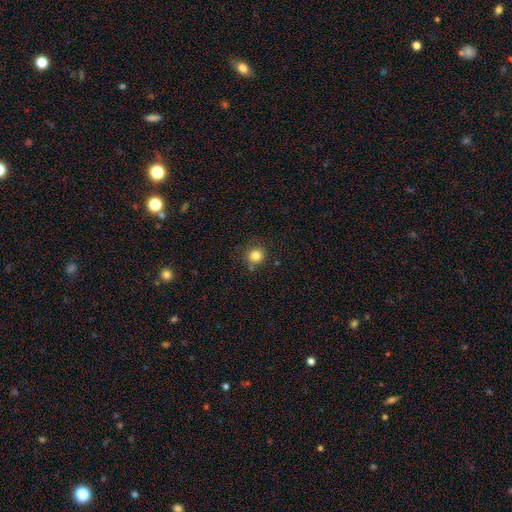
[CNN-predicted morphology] Smooth or featured? smooth (83%)
How rounded? round (93%)
Merging? none (81%)